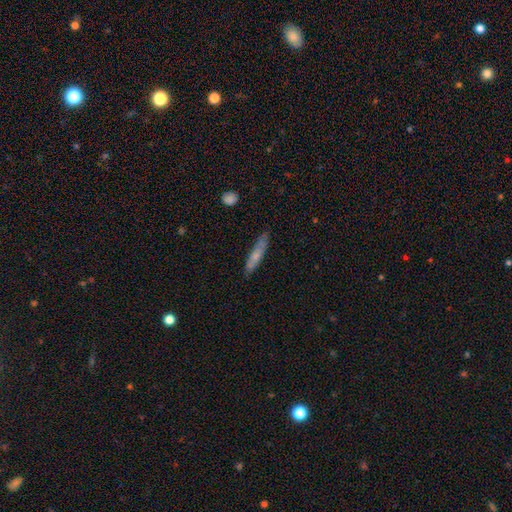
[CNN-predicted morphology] A smooth galaxy with no disk features (63%) that is cigar-shaped (87%). Merging: none (78%).